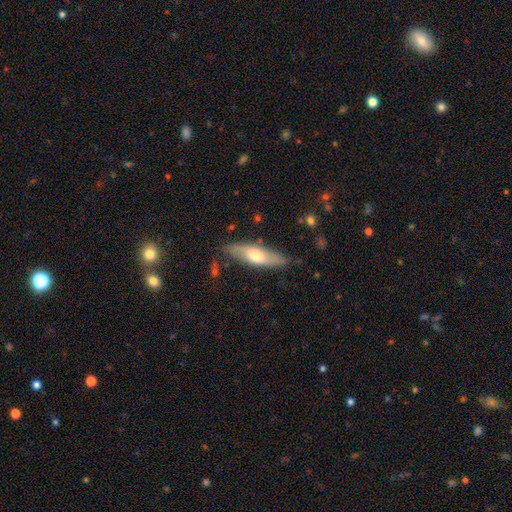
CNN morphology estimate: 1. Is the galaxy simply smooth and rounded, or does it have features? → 56% smooth, 39% featured or disk, 6% star or artifact.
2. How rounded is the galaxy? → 51% cigar-shaped, 47% in between, 2% round.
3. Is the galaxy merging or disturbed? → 79% none, 16% minor disturbance, 3% major disturbance, 2% merger.